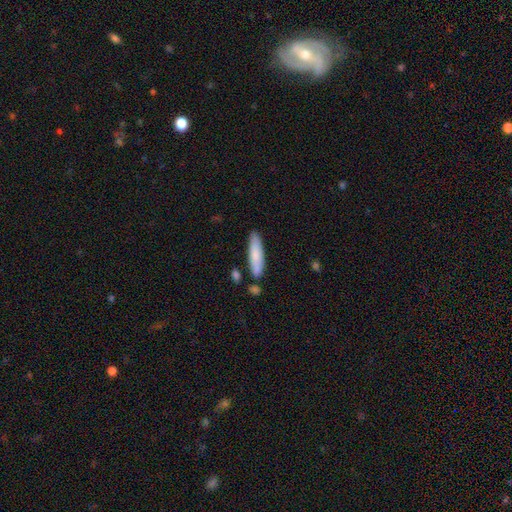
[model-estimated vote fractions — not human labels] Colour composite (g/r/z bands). It shows a smooth galaxy with no disk features (80%) that is cigar-shaped (74%). Merging: none (78%).